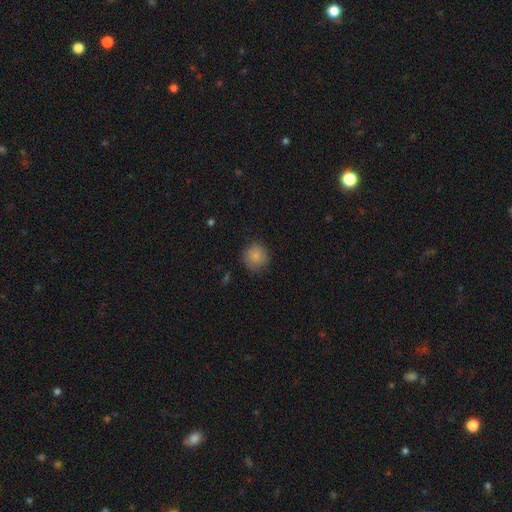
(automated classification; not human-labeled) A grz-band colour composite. It shows a smooth galaxy with no disk features (83%) that is round (92%). Merging: none (82%).